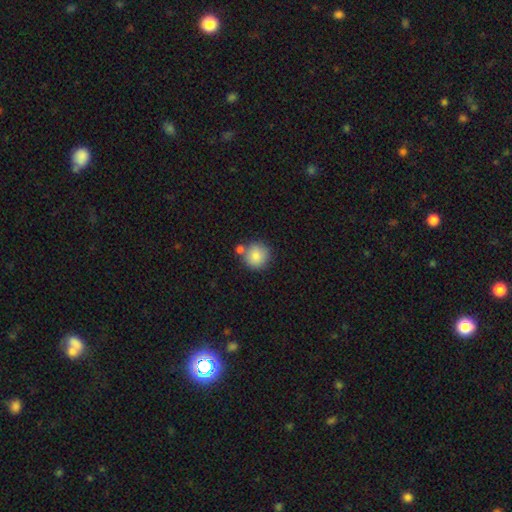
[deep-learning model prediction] smooth_or_featured: smooth (p=0.85) [alt: star or artifact p=0.08]
how_rounded: round (p=0.92) [alt: in between p=0.07]
merging: none (p=0.69) [alt: merger p=0.17]